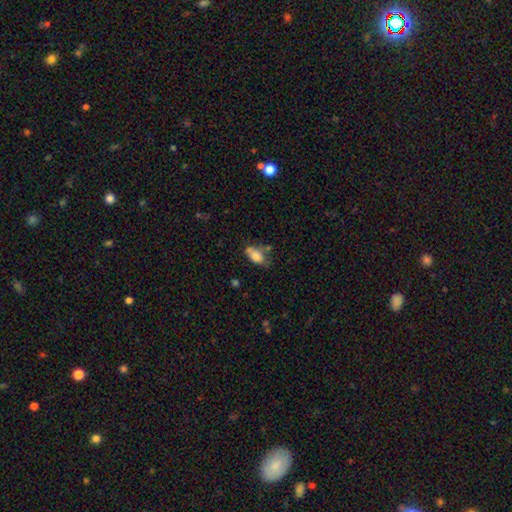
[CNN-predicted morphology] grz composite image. It shows a smooth galaxy with no disk features (77%) that is in between round and cigar-shaped (88%). Merging: none (46%).